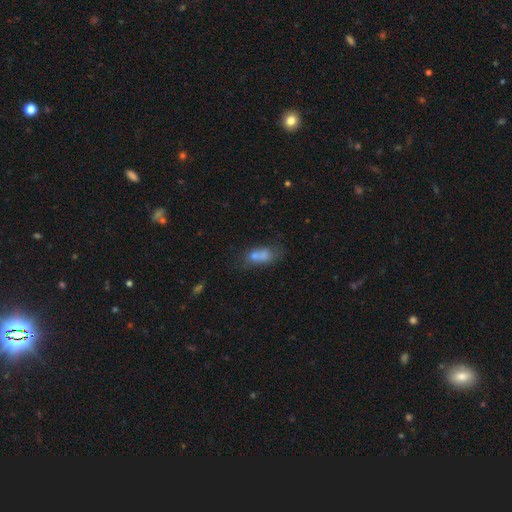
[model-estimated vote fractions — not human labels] Q: Smooth or featured?
A: smooth (67%); runner-up: featured or disk (17%)
Q: How rounded?
A: in between (74%); runner-up: round (13%)
Q: Merging?
A: none (38%); runner-up: merger (35%)